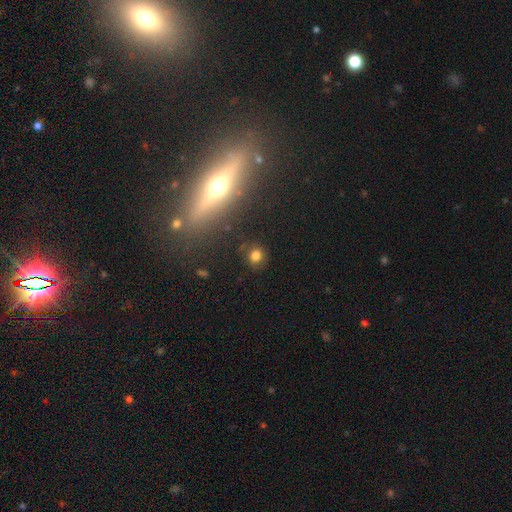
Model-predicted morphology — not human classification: smooth 76%, star or artifact 16%, featured or disk 8%. Down the decision tree: how rounded — round (81%); merging — none (84%).